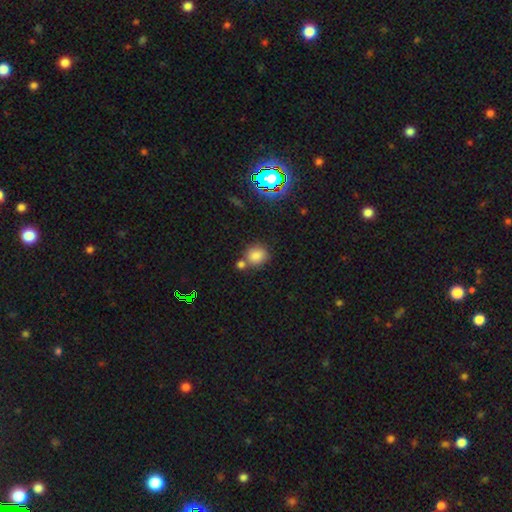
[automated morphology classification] Overall: smooth (81%). How rounded: round (73%). Merging: none (56%; merger 28%).